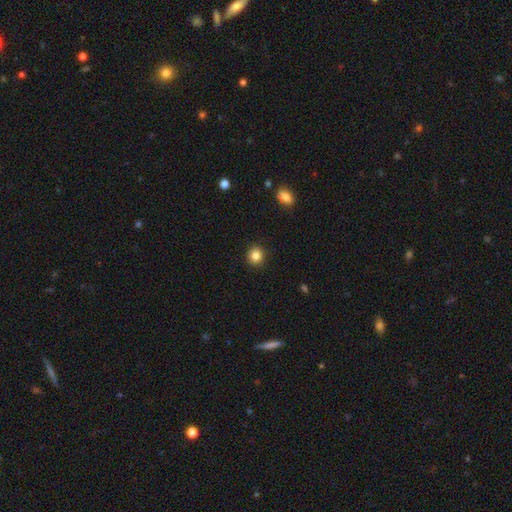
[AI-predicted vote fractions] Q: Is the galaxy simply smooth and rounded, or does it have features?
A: smooth — 85%.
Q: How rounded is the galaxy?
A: round — 87%.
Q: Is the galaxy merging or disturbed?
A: none — 92%.